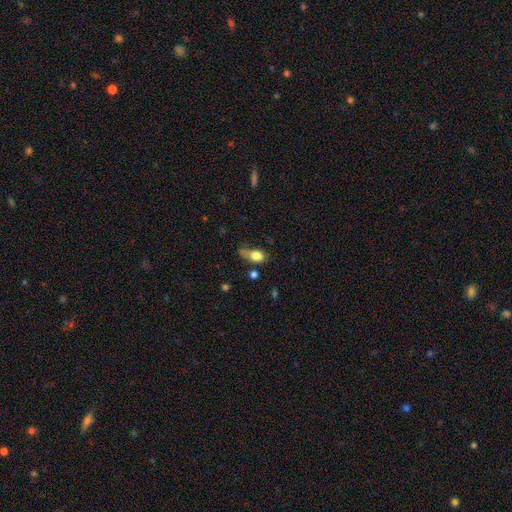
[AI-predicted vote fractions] Smooth or featured: smooth — 78% (featured or disk — 13%)
How rounded: in between — 81% (round — 15%)
Merging: minor disturbance — 33% (none — 32%)